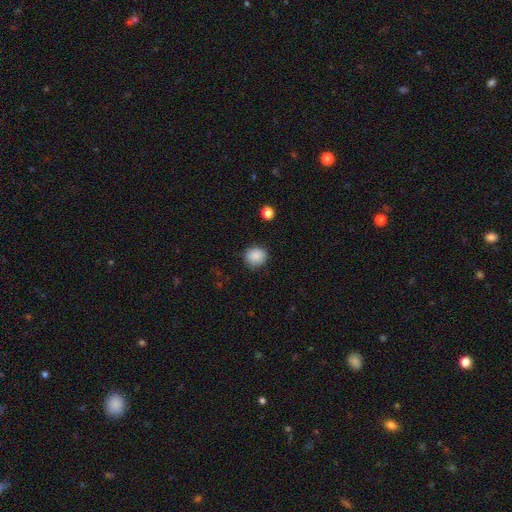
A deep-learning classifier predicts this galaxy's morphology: Smooth or featured? Predicted: smooth (p=0.87). How rounded? Predicted: round (p=0.80). Merging? Predicted: none (p=0.82).